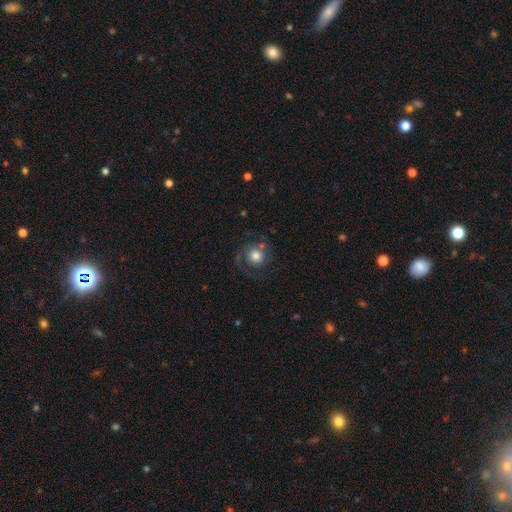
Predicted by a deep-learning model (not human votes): smooth_or_featured: featured or disk (p=0.53) [alt: smooth p=0.39]
disk_edge_on: no (p=0.98) [alt: yes p=0.02]
bar: no (p=0.80) [alt: weak p=0.17]
has_spiral_arms: yes (p=0.84) [alt: no p=0.16]
bulge_size: moderate (p=0.47) [alt: large p=0.36]
merging: none (p=0.63) [alt: major disturbance p=0.18]